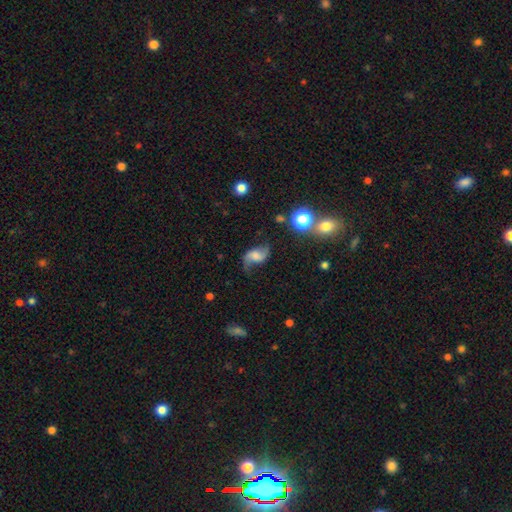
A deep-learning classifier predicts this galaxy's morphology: This is likely a featured or disk galaxy (70%). It is clearly not viewed edge-on (97%). Bar: possibly no (50%). Spiral arm pattern: clearly yes (94%). Spiral arm count: clearly 2 (92%). Spiral winding: clearly loose (81%). Central bulge: marginally none (33%). Merging: likely none (66%).